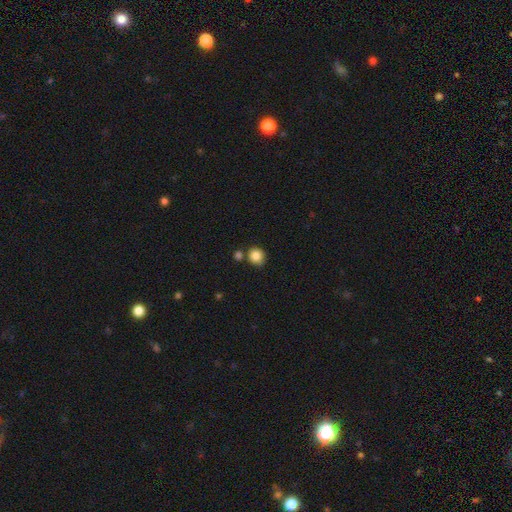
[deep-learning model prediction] The model was most divided on "merging": none: 72%, merger: 14%, minor disturbance: 11%, major disturbance: 3%. More confident: smooth or featured — smooth (85%); how rounded — round (84%).